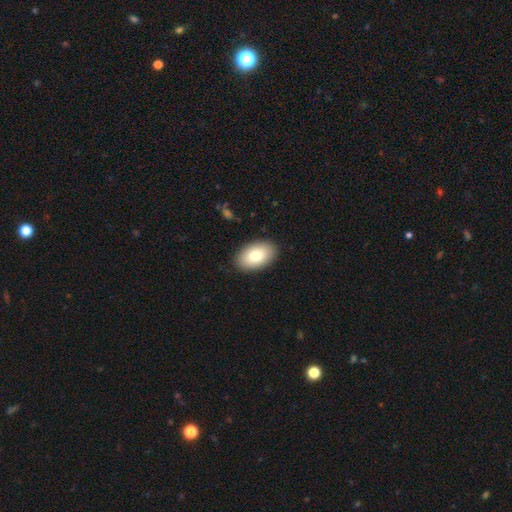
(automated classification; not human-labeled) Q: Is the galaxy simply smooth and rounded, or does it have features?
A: smooth — 80%.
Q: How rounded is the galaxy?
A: in between — 93%.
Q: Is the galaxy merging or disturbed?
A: none — 89%.